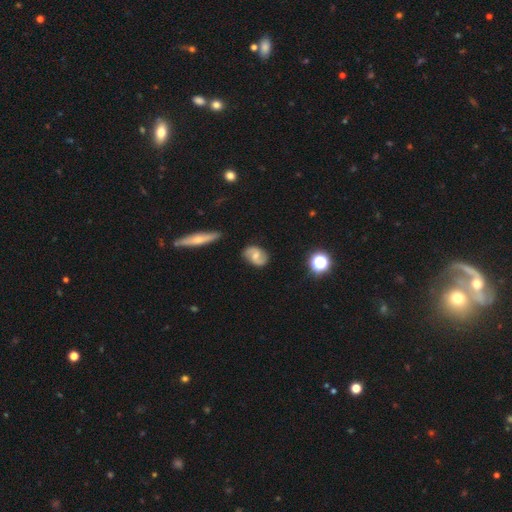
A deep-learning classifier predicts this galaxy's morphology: Smooth or featured? featured or disk (71%)
Edge-on disk? no (96%)
Bar? no (47%)
Spiral arms? yes (93%)
Spiral winding? medium (46%)
Spiral arm count? 2 (90%)
Bulge size? moderate (51%)
Merging? none (83%)